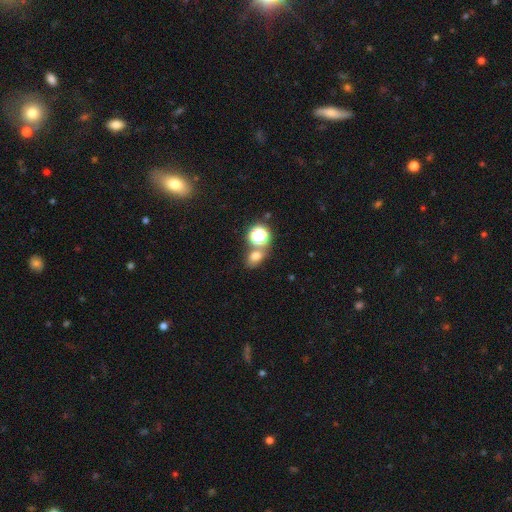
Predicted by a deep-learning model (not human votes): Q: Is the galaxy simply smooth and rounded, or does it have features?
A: smooth — 66%.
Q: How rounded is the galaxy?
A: in between — 56%.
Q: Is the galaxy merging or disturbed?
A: none — 60%.